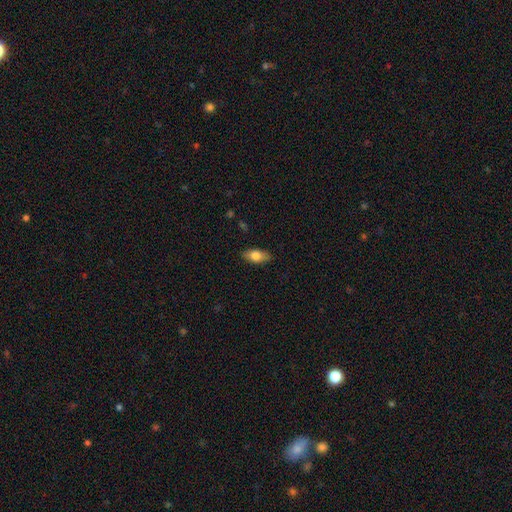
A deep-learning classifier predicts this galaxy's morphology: Smooth or featured? Predicted: smooth (p=0.76). How rounded? Predicted: in between (p=0.87). Merging? Predicted: none (p=0.86).